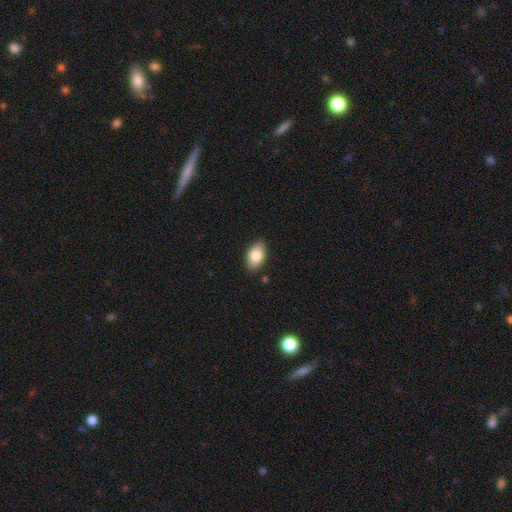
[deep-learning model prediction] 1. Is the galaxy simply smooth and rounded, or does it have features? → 82% smooth, 11% featured or disk, 7% star or artifact.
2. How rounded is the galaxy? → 91% in between, 7% round, 2% cigar-shaped.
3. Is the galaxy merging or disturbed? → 87% none, 10% minor disturbance, 2% major disturbance, 1% merger.